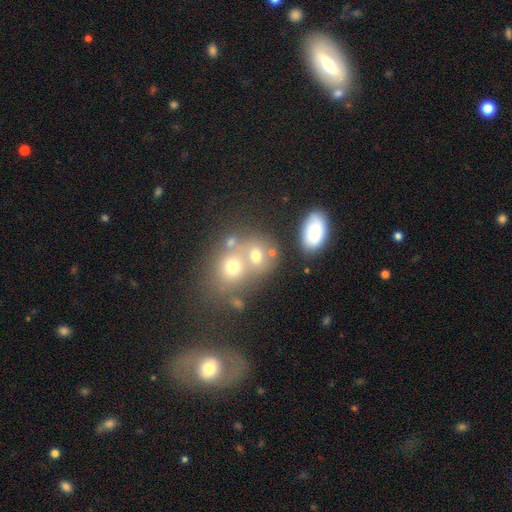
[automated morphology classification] The model was most divided on "merging": merger: 45%, none: 41%, minor disturbance: 9%, major disturbance: 5%. More confident: smooth or featured — smooth (67%); how rounded — round (66%).